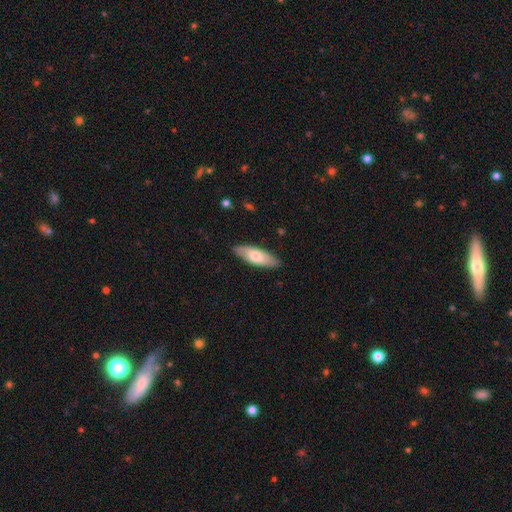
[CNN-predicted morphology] Smooth or featured? Predicted: smooth (p=0.69). How rounded? Predicted: in between (p=0.63). Merging? Predicted: none (p=0.86).